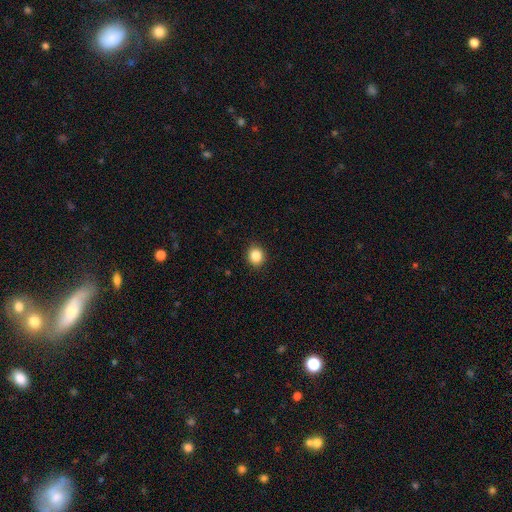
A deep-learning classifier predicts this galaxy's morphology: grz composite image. It shows a smooth galaxy with no disk features (86%) that is round (76%). Merging: none (91%).